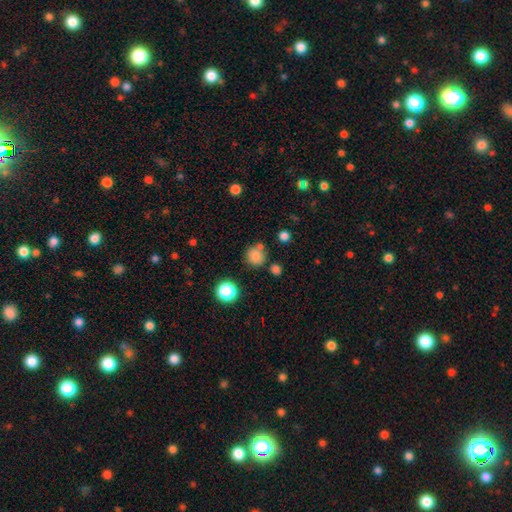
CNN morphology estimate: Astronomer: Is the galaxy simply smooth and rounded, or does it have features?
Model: smooth — 80%.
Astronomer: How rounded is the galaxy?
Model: round — 89%.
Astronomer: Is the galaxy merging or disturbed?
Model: none — 71%.